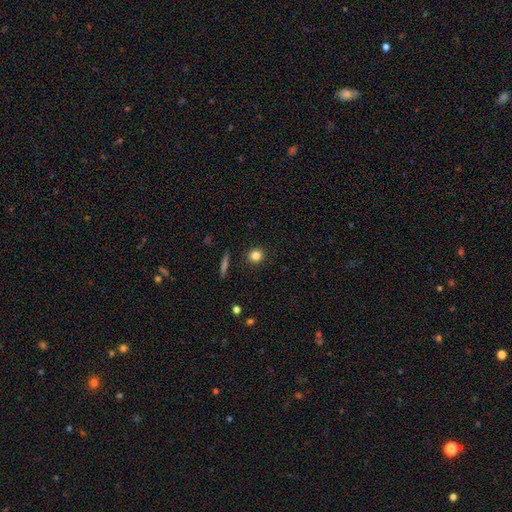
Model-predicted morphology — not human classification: Q: Smooth or featured?
A: smooth (82%); runner-up: star or artifact (12%)
Q: How rounded?
A: round (88%); runner-up: in between (10%)
Q: Merging?
A: none (91%); runner-up: minor disturbance (6%)